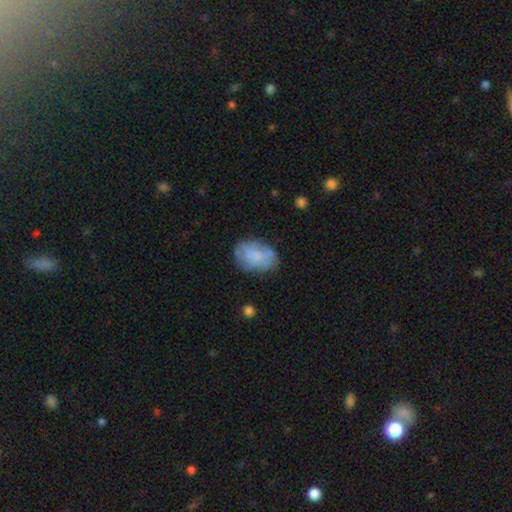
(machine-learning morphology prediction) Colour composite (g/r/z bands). It shows a smooth galaxy with no disk features (63%) that is in between round and cigar-shaped (84%). Merging: none (63%).